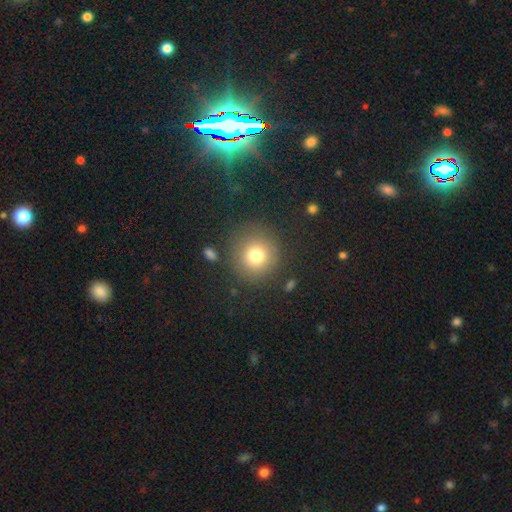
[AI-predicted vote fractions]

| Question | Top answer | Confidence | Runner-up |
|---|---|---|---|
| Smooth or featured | smooth | 77% | star or artifact (13%) |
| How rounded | round | 91% | in between (8%) |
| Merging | none | 82% | minor disturbance (10%) |